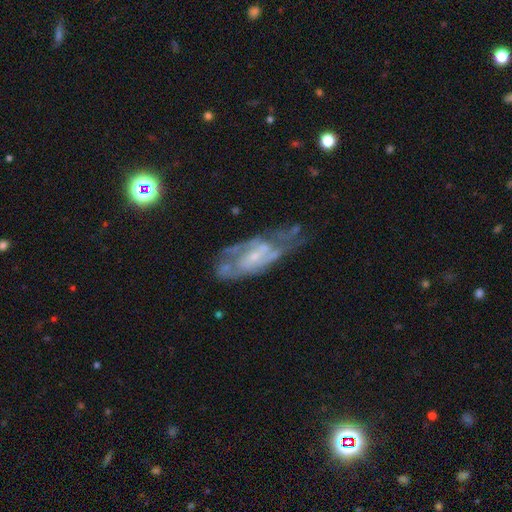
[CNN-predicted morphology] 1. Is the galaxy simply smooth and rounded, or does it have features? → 78% featured or disk, 14% smooth, 8% star or artifact.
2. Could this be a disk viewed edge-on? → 91% no, 9% yes.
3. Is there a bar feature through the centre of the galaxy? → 44% no, 42% weak, 14% strong.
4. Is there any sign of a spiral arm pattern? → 80% yes, 20% no.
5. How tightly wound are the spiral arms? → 44% medium, 38% tight, 17% loose.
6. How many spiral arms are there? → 45% 2, 36% can't tell, 8% 3, 4% 1, 3% 4, 2% more than 4.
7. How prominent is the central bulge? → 69% small, 19% moderate, 10% none, 1% large, 1% dominant.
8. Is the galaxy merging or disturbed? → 49% none, 26% minor disturbance, 20% major disturbance, 4% merger.